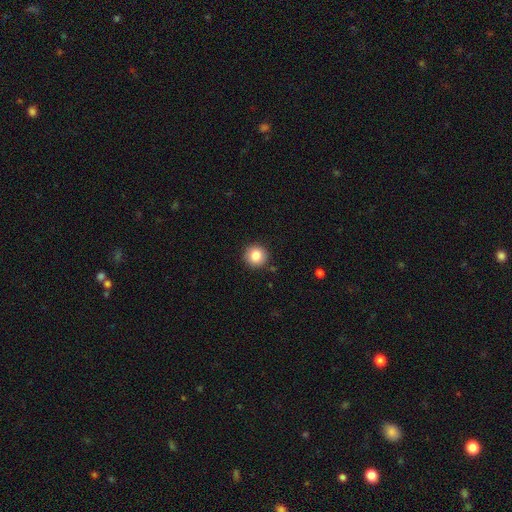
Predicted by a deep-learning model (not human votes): smooth_or_featured: smooth (p=0.83) [alt: star or artifact p=0.09]
how_rounded: round (p=0.94) [alt: in between p=0.05]
merging: none (p=0.91) [alt: minor disturbance p=0.06]